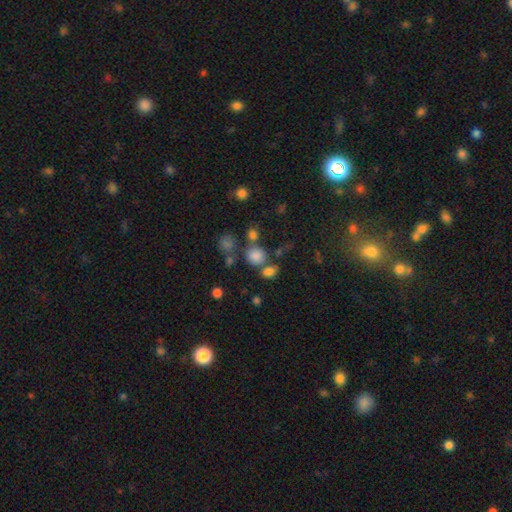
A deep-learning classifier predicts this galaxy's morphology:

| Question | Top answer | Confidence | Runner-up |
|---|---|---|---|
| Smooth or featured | smooth | 78% | star or artifact (16%) |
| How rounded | round | 83% | in between (16%) |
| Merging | none | 62% | merger (23%) |